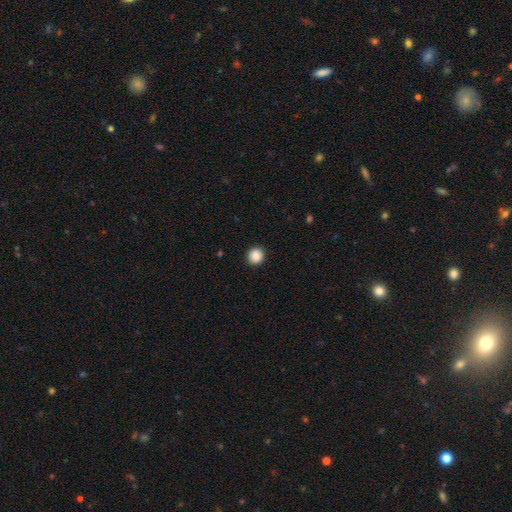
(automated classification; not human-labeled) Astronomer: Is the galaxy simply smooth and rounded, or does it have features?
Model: smooth — 88%.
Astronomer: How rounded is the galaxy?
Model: round — 93%.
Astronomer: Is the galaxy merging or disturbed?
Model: none — 92%.